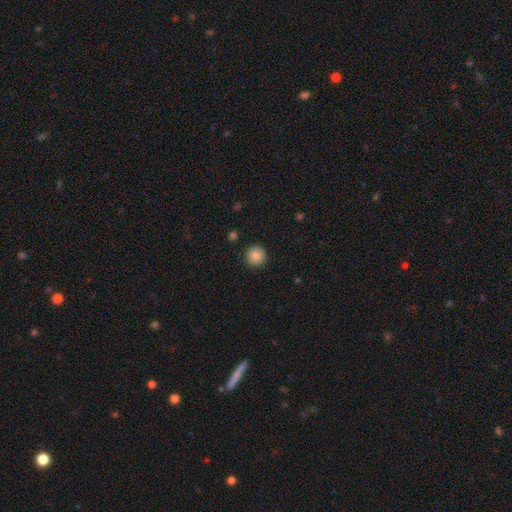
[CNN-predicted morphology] Smooth or featured?
  - smooth: 82% *
  - featured or disk: 9%
  - star or artifact: 9%
How rounded?
  - round: 95% *
  - in between: 4%
  - cigar-shaped: 1%
Merging?
  - none: 91% *
  - minor disturbance: 6%
  - major disturbance: 2%
  - merger: 1%